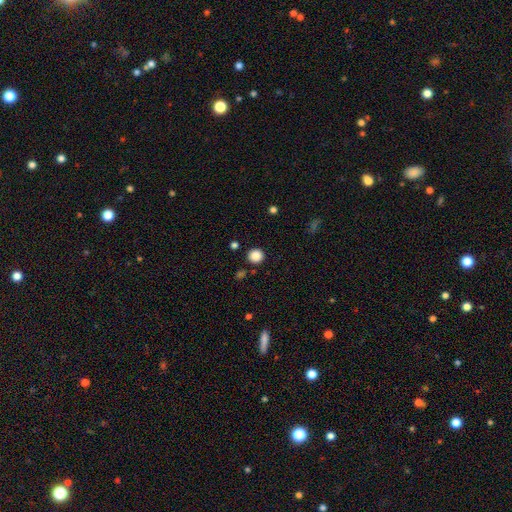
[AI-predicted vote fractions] smooth-or-featured: smooth: 87% | star or artifact: 10% | featured or disk: 3%
  how-rounded: round: 93% | in between: 6% | cigar-shaped: 1%
  merging: none: 89% | minor disturbance: 6% | merger: 3% | major disturbance: 2%